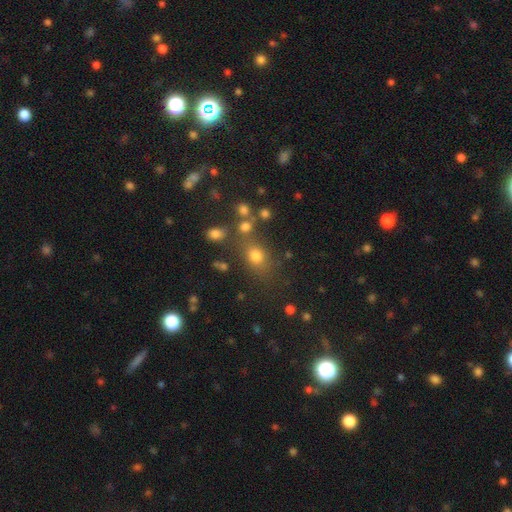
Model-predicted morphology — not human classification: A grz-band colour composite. It shows a smooth galaxy with no disk features (67%) that is round (56%). Merging: none (70%).